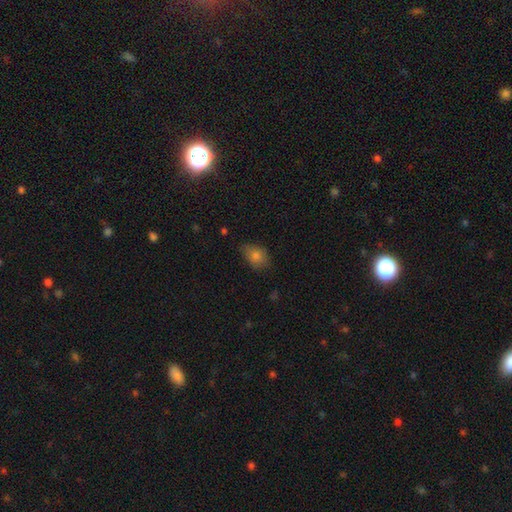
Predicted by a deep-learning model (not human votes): This is likely a smooth galaxy (79%). How rounded: likely in between (71%). Merging: likely none (66%).